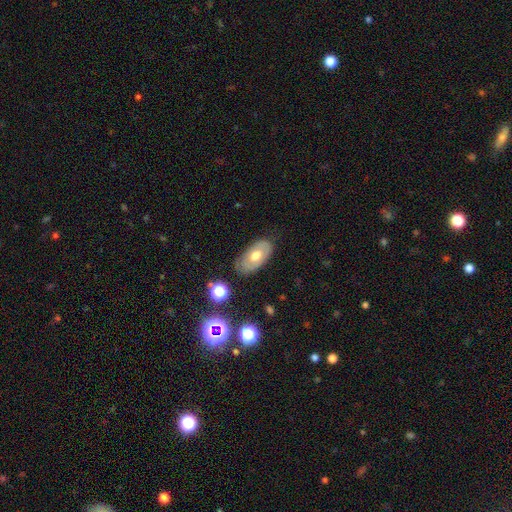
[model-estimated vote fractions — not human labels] Q: Smooth or featured?
A: smooth (48%); runner-up: featured or disk (44%)
Q: Merging?
A: none (77%); runner-up: minor disturbance (17%)